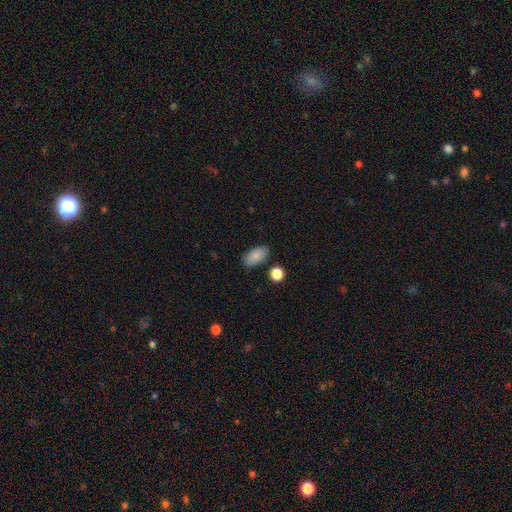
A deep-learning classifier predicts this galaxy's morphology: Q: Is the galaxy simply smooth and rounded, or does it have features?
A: smooth — 84%.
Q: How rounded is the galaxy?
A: in between — 92%.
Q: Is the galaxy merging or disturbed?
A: none — 82%.